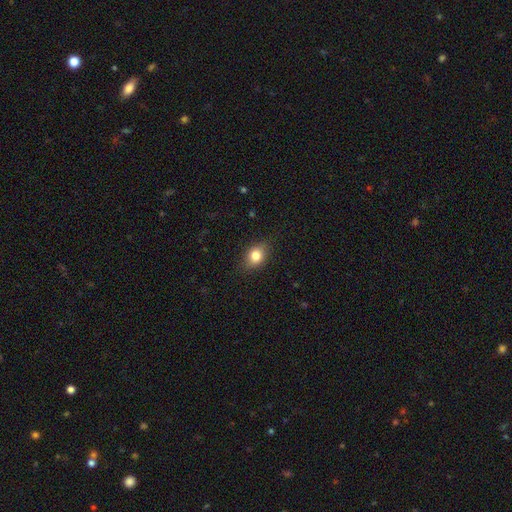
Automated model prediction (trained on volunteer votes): The model was most divided on "how rounded": in between: 64%, round: 34%, cigar-shaped: 2%. More confident: merging — none (82%); smooth or featured — smooth (79%).